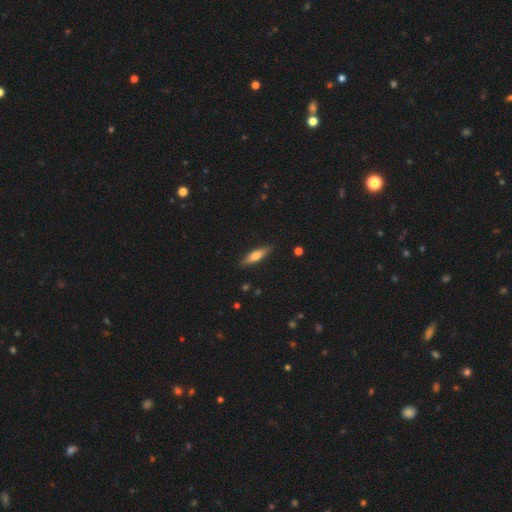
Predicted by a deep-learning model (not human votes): A smooth galaxy with no disk features (52%) that is cigar-shaped (70%). Merging: none (88%).